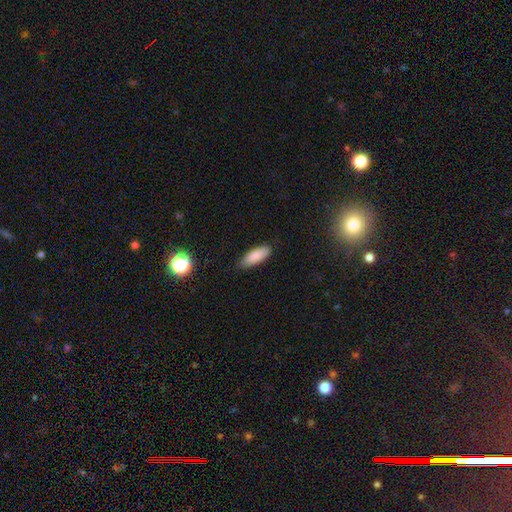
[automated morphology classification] type=smooth (86%); roundness=in between (67%); merging=none (81%).